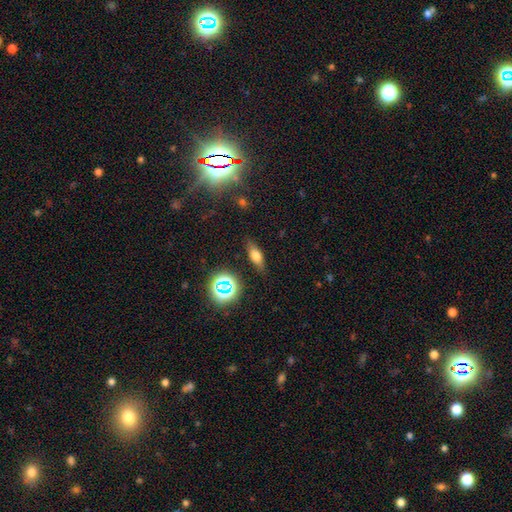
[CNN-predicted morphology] A smooth galaxy with no disk features (62%) that is in between round and cigar-shaped (61%).

Vote fractions:
- Smooth or featured? smooth: 62% / featured or disk: 23% / star or artifact: 15%
- How rounded? in between: 61% / cigar-shaped: 30% / round: 9%
- Merging? none: 83% / minor disturbance: 12% / major disturbance: 3% / merger: 2%